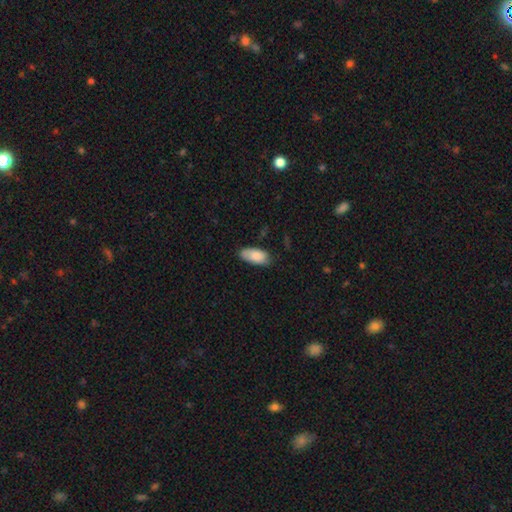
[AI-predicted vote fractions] A smooth galaxy with no disk features (84%) that is in between round and cigar-shaped (91%). Merging: none (67%).